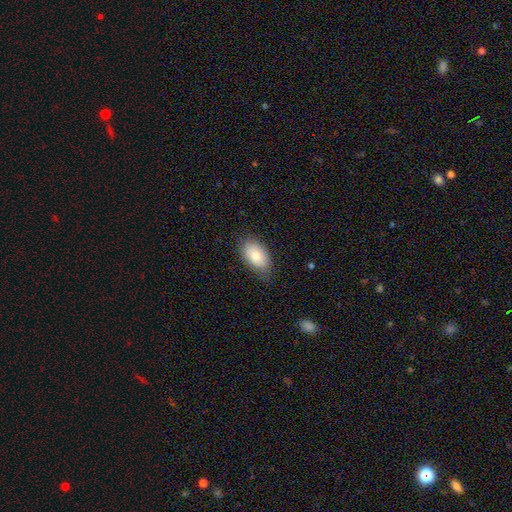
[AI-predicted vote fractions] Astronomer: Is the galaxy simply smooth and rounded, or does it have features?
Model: smooth — 79%.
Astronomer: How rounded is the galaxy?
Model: in between — 91%.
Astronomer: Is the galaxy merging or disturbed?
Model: none — 73%.